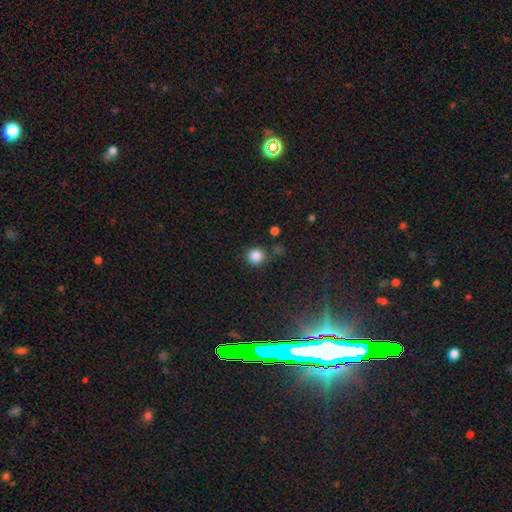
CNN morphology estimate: smooth-or-featured: smooth: 85% | star or artifact: 11% | featured or disk: 4%
  how-rounded: round: 92% | in between: 7% | cigar-shaped: 1%
  merging: none: 80% | minor disturbance: 11% | merger: 5% | major disturbance: 4%